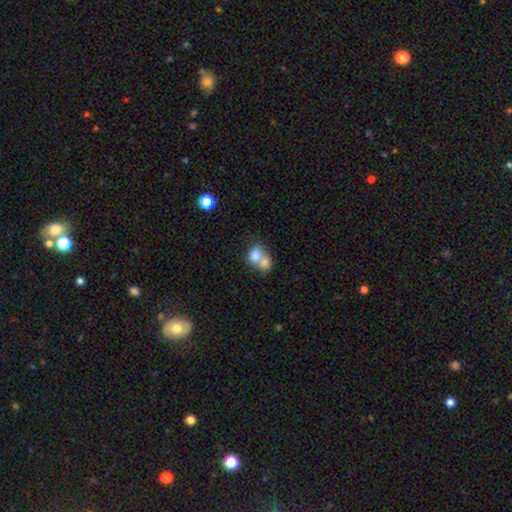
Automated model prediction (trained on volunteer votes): A smooth galaxy with no disk features (74%) that is in between round and cigar-shaped (54%).

Vote fractions:
- Smooth or featured? smooth: 74% / featured or disk: 17% / star or artifact: 9%
- How rounded? in between: 54% / round: 45% / cigar-shaped: 1%
- Merging? merger: 71% / none: 19% / minor disturbance: 6% / major disturbance: 3%